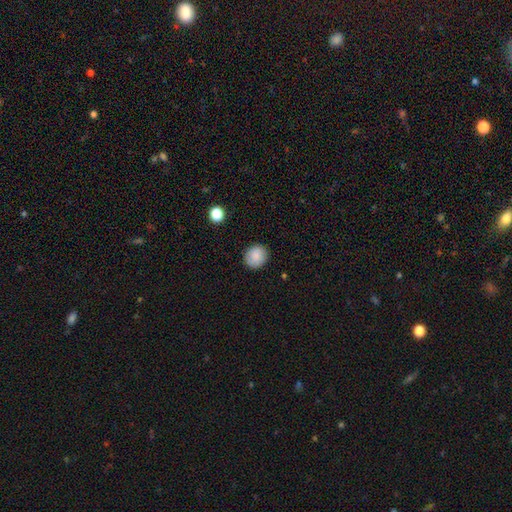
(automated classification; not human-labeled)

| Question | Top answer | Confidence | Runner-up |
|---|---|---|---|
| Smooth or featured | smooth | 87% | star or artifact (8%) |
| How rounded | round | 82% | in between (17%) |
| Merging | none | 88% | minor disturbance (8%) |